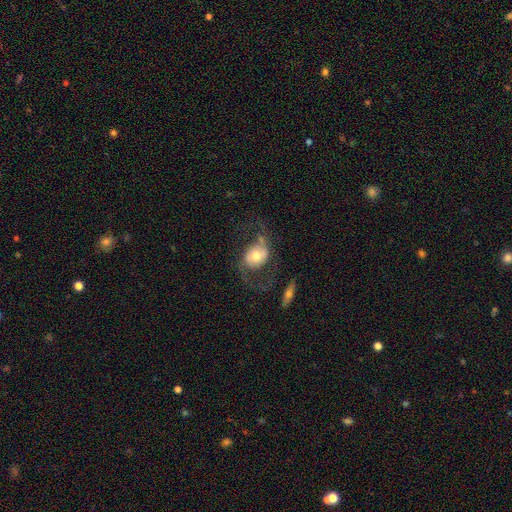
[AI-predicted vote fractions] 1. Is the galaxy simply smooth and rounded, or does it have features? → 69% featured or disk, 24% smooth, 7% star or artifact.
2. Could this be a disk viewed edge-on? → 96% no, 4% yes.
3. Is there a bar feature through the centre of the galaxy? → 65% no, 25% weak, 10% strong.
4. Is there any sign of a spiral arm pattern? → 84% yes, 16% no.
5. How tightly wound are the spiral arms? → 62% loose, 31% medium, 7% tight.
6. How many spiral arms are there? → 88% 2, 5% 1, 4% can't tell, 1% 3, 1% 4, 1% more than 4.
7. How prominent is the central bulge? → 64% moderate, 16% large, 15% small, 3% dominant, 1% none.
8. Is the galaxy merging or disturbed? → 53% none, 28% major disturbance, 16% minor disturbance, 4% merger.